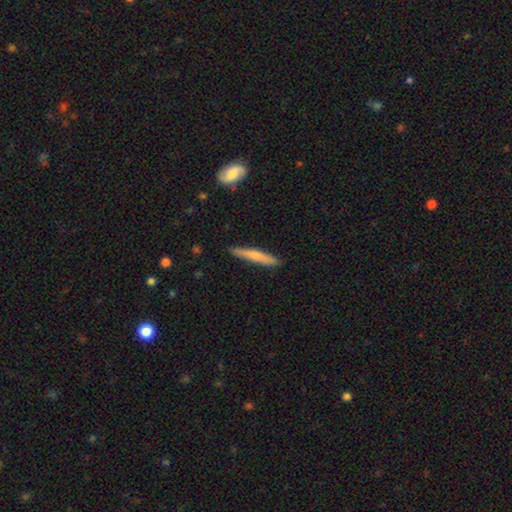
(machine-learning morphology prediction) This appears to be a smooth galaxy with no disk features (65%) that is cigar-shaped (94%). Merging: none (86%).